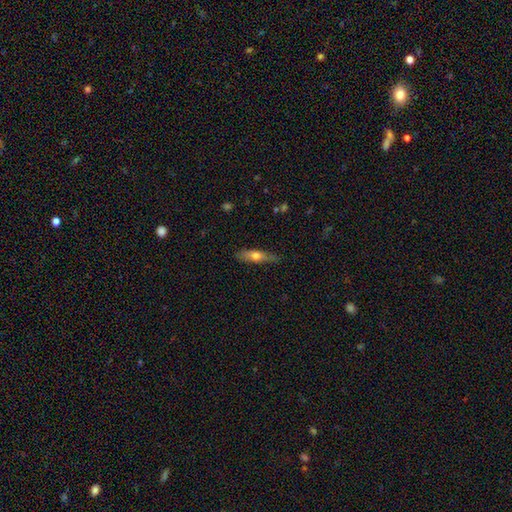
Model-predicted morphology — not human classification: Overall: smooth (54%; featured or disk 39%). How rounded: cigar-shaped (70%). Merging: none (78%).